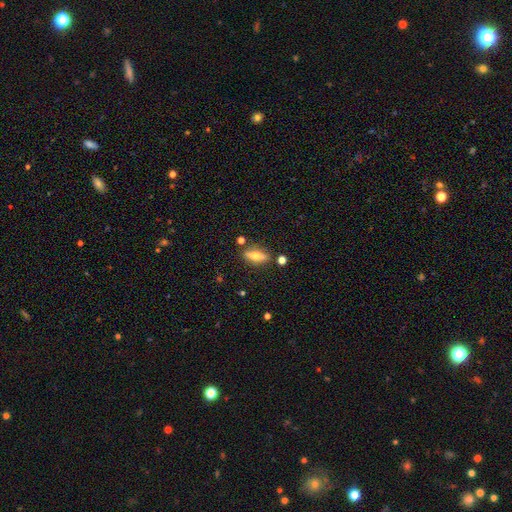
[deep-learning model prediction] Smooth or featured? Predicted: smooth (p=0.51). How rounded? Predicted: cigar-shaped (p=0.53). Merging? Predicted: none (p=0.82).